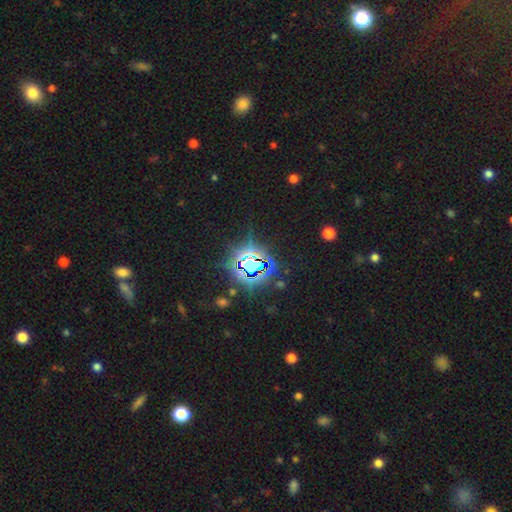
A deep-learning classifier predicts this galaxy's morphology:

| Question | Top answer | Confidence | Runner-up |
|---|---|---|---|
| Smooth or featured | star or artifact | 81% | smooth (11%) |